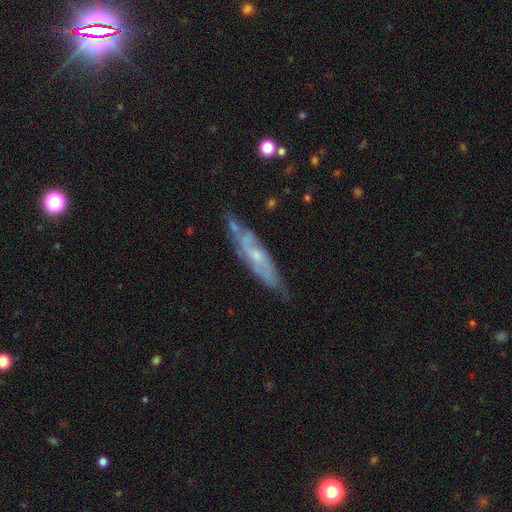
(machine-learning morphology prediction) This is likely a featured or disk galaxy (67%). It is possibly not viewed edge-on (58%). Merging: likely none (63%).